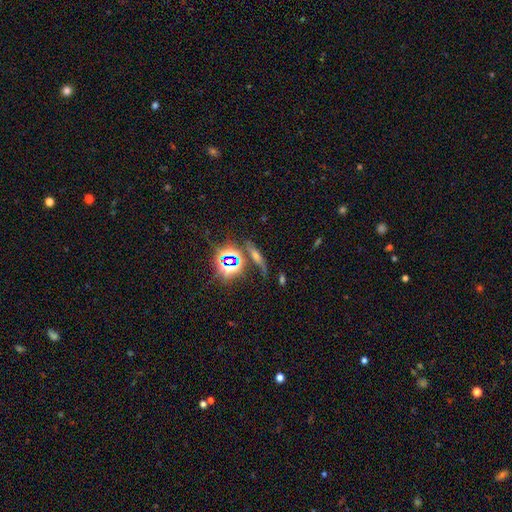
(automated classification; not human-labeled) Smooth or featured?
  - star or artifact: 46% *
  - featured or disk: 29%
  - smooth: 25%